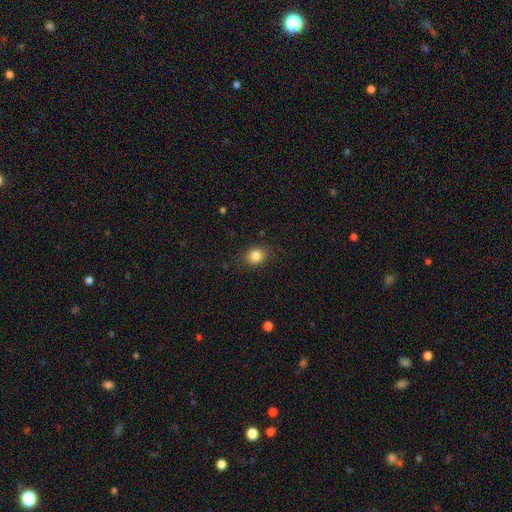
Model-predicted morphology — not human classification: smooth_or_featured: smooth (p=0.84) [alt: star or artifact p=0.11]
how_rounded: round (p=0.64) [alt: in between p=0.35]
merging: none (p=0.86) [alt: minor disturbance p=0.10]